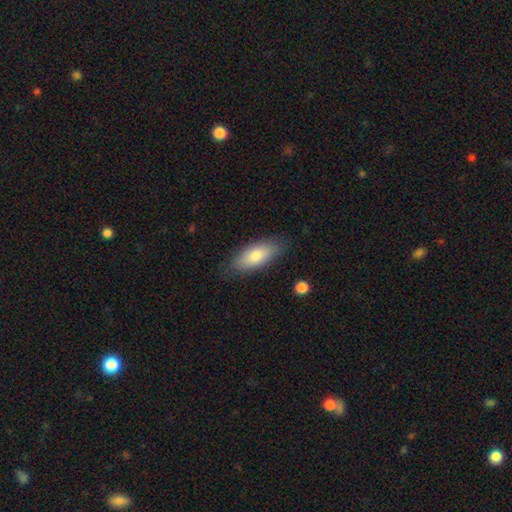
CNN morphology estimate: A smooth galaxy with no disk features (79%) that is in between round and cigar-shaped (81%).

Vote fractions:
- Smooth or featured? smooth: 79% / featured or disk: 14% / star or artifact: 6%
- How rounded? in between: 81% / cigar-shaped: 17% / round: 2%
- Merging? none: 82% / minor disturbance: 14% / major disturbance: 3% / merger: 1%